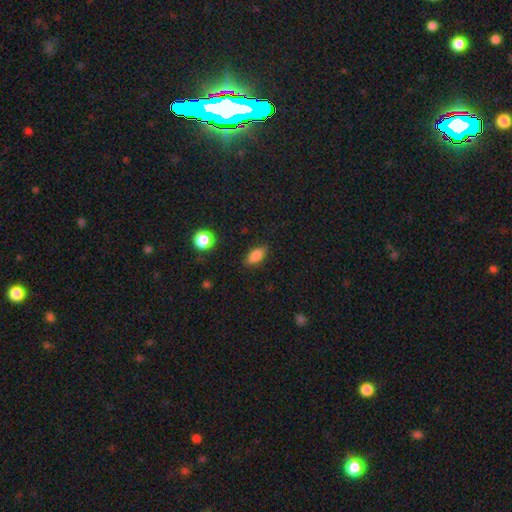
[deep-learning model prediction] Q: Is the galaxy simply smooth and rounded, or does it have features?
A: smooth — 84%.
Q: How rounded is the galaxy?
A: in between — 84%.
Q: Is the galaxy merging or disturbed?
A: none — 84%.